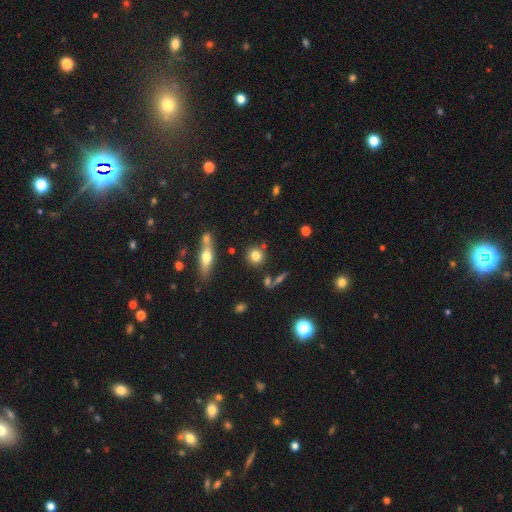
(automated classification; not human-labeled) A smooth galaxy with no disk features (78%) that is round (87%). Merging: none (78%).